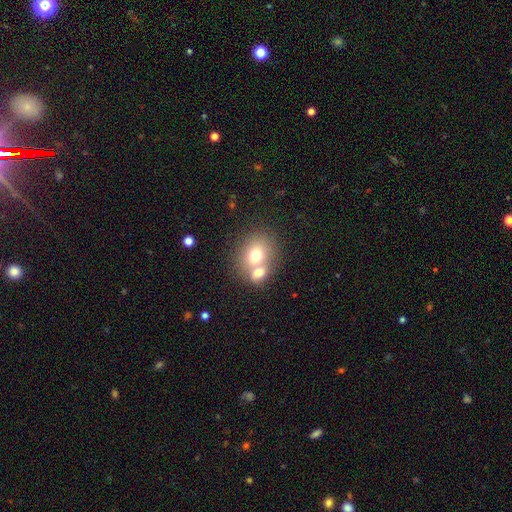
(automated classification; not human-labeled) Q: Smooth or featured?
A: smooth (72%); runner-up: featured or disk (18%)
Q: How rounded?
A: round (56%); runner-up: in between (43%)
Q: Merging?
A: merger (56%); runner-up: none (33%)